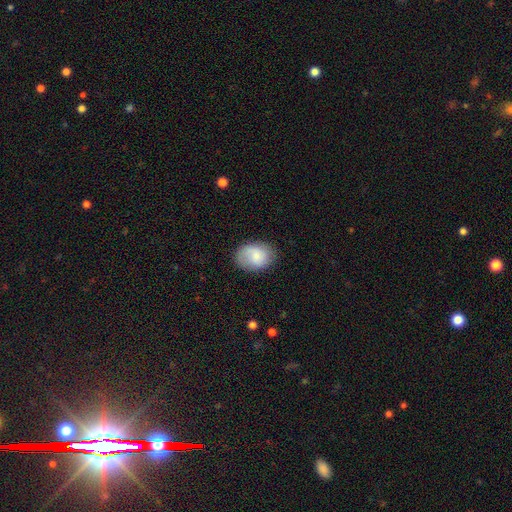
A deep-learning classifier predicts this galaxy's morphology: A smooth galaxy with no disk features (75%) that is in between round and cigar-shaped (69%). Merging: none (74%).